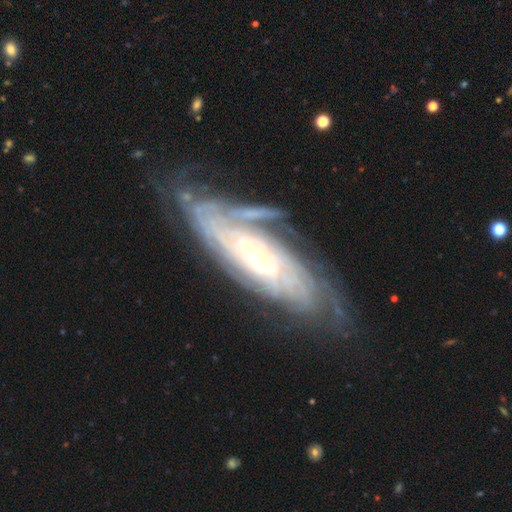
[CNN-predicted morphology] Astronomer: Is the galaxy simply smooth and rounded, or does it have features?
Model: featured or disk — 87%.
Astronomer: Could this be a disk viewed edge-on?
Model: no — 86%.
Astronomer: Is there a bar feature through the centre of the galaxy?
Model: no — 54% (runner-up: weak, 31%).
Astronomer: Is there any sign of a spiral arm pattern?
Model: yes — 95%.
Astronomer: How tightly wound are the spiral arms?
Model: tight — 76%.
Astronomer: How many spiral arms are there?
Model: can't tell — 46%.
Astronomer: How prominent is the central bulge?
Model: small — 65%.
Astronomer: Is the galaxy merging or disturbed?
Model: none — 65%.